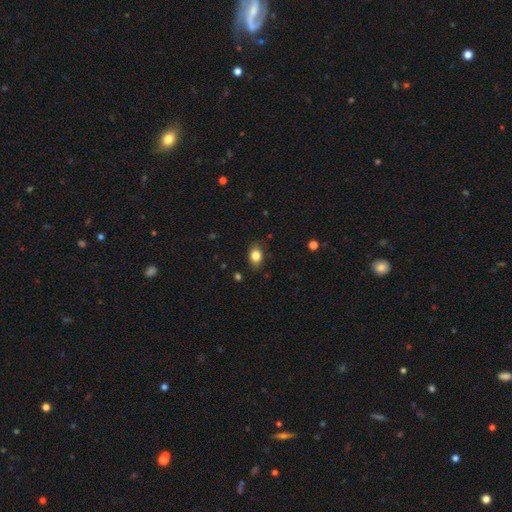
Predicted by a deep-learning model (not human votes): A smooth galaxy with no disk features (83%) that is in between round and cigar-shaped (71%). Merging: none (82%).